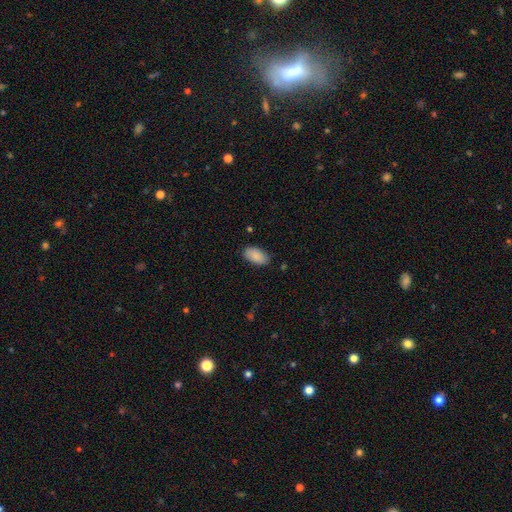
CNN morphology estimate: The model was most divided on "merging": none: 84%, minor disturbance: 13%, major disturbance: 2%, merger: 1%. More confident: how rounded — in between (95%); smooth or featured — smooth (89%).